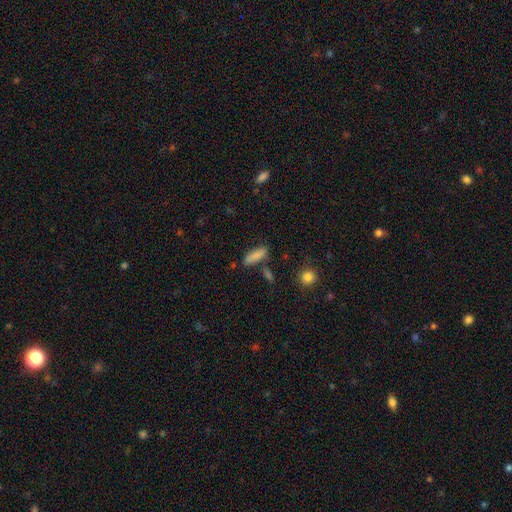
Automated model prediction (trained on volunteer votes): The model was most divided on "how rounded": in between: 49%, cigar-shaped: 48%, round: 3%. More confident: smooth or featured — smooth (83%); merging — none (72%).